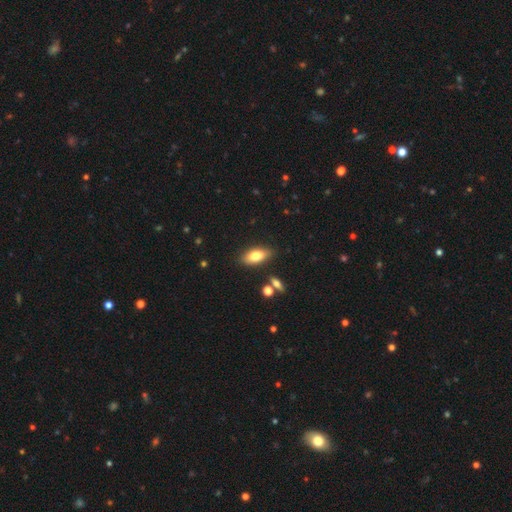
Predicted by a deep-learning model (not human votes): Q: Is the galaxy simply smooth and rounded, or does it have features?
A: smooth — 78%.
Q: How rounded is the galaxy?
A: in between — 86%.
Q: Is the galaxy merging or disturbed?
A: none — 84%.